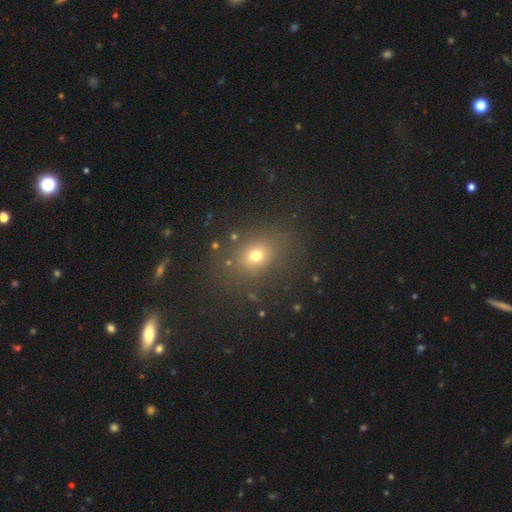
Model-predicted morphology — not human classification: Smooth or featured? Predicted: smooth (p=0.70). How rounded? Predicted: round (p=0.53). Merging? Predicted: none (p=0.81).